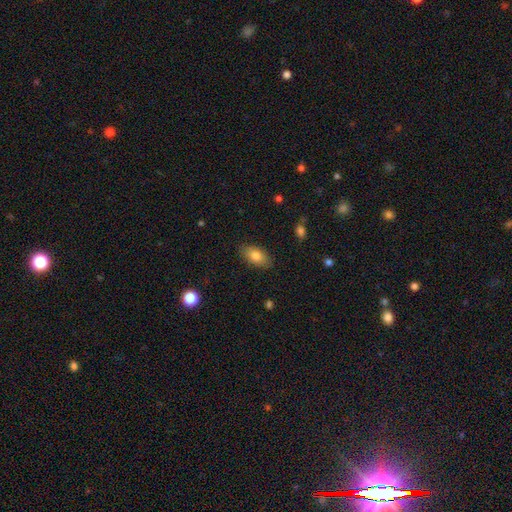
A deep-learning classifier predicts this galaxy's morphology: smooth_or_featured: smooth (p=0.79) [alt: featured or disk p=0.14]
how_rounded: in between (p=0.89) [alt: cigar-shaped p=0.07]
merging: none (p=0.86) [alt: minor disturbance p=0.11]